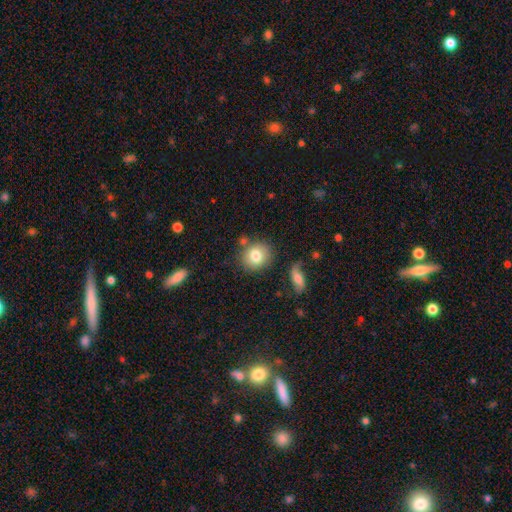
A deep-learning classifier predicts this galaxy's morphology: This appears to be a smooth galaxy with no disk features (80%) that is round (79%). Merging: none (78%).